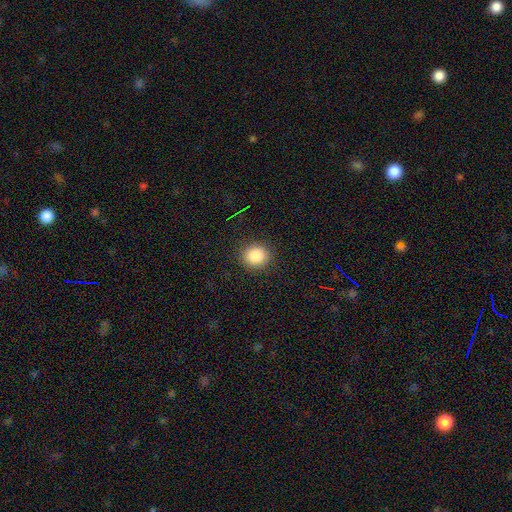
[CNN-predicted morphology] Smooth or featured? smooth (85%)
How rounded? round (83%)
Merging? none (90%)